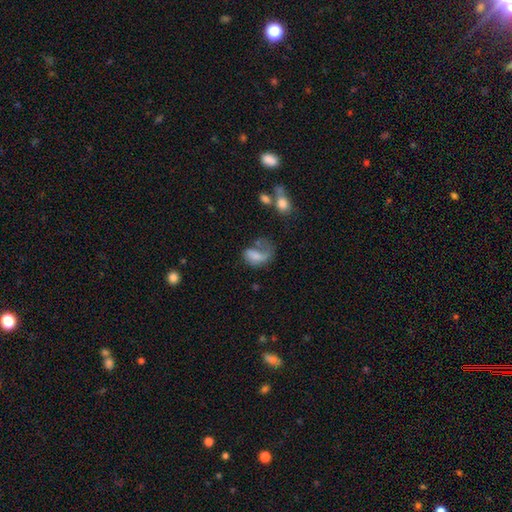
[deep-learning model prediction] This is likely a smooth galaxy (60%). How rounded: clearly in between (82%). Merging: possibly major disturbance (48%).